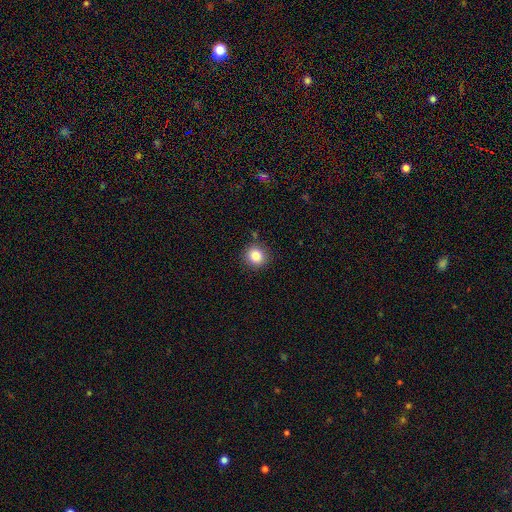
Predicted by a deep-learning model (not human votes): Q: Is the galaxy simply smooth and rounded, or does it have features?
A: smooth — 84%.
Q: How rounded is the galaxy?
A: round — 90%.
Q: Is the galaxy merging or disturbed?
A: none — 87%.